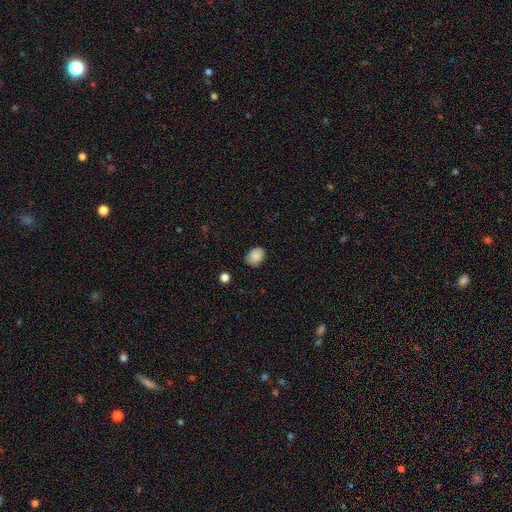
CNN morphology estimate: smooth-or-featured: smooth: 86% | star or artifact: 9% | featured or disk: 6%
  how-rounded: in between: 63% | round: 36% | cigar-shaped: 1%
  merging: none: 71% | minor disturbance: 23% | major disturbance: 4% | merger: 1%